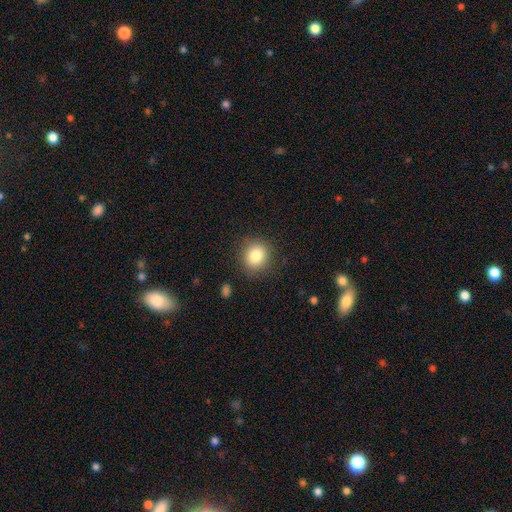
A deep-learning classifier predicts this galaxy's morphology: A smooth galaxy with no disk features (82%) that is round (85%).

Vote fractions:
- Smooth or featured? smooth: 82% / star or artifact: 10% / featured or disk: 8%
- How rounded? round: 85% / in between: 14% / cigar-shaped: 1%
- Merging? none: 87% / minor disturbance: 9% / major disturbance: 3% / merger: 1%